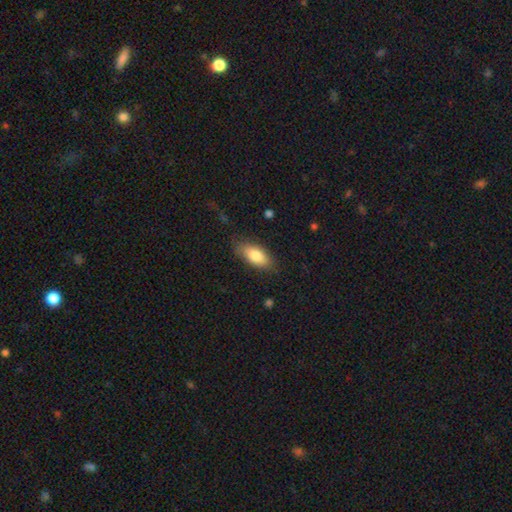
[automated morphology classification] Smooth or featured?
  - smooth: 80% *
  - featured or disk: 13%
  - star or artifact: 6%
How rounded?
  - in between: 87% *
  - cigar-shaped: 10%
  - round: 3%
Merging?
  - none: 78% *
  - minor disturbance: 17%
  - major disturbance: 4%
  - merger: 1%